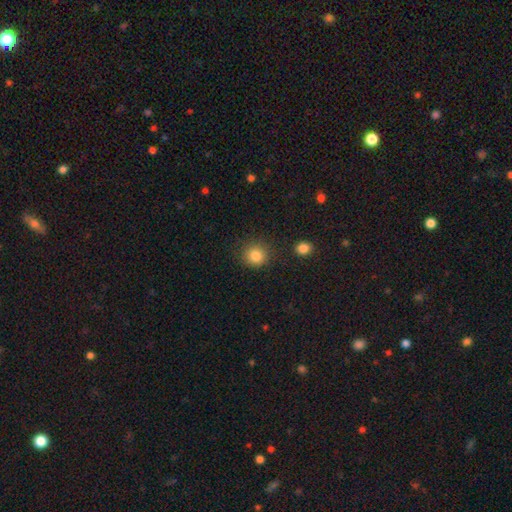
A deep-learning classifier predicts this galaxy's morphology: This is clearly a smooth galaxy (85%). How rounded: clearly round (89%). Merging: clearly none (85%).